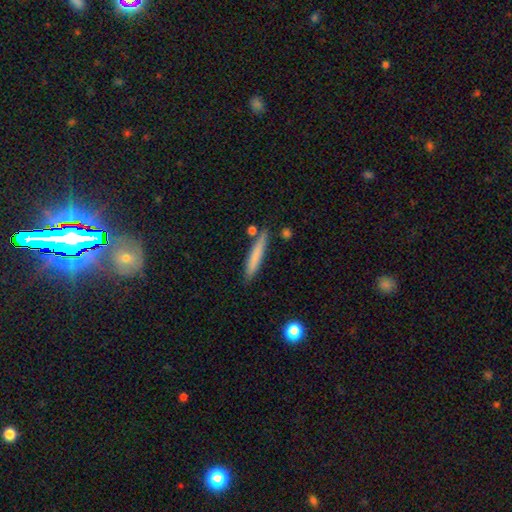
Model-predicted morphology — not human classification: The model was most divided on "smooth or featured": smooth: 73%, featured or disk: 21%, star or artifact: 7%. More confident: how rounded — cigar-shaped (93%); merging — none (81%).